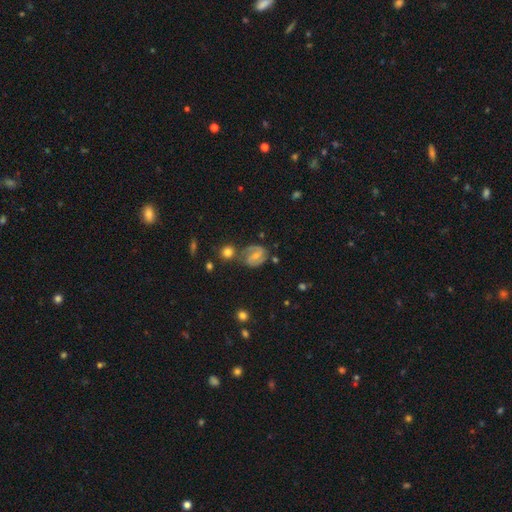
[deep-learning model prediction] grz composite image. It shows a featured or disk galaxy (66%) with a weak bar (51%), 2 (76%) medium (48%) spiral arms (89%) and a small central bulge (57%). Merging: none (55%).